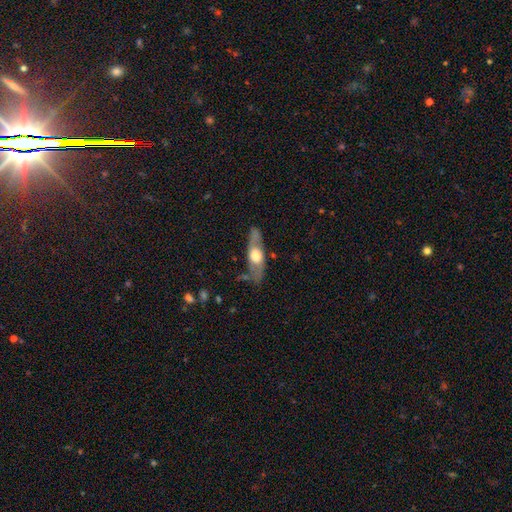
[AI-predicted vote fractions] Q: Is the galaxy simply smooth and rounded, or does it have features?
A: featured or disk — 54%.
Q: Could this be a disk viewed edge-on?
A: yes — 61%.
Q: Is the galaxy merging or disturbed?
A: none — 72%.